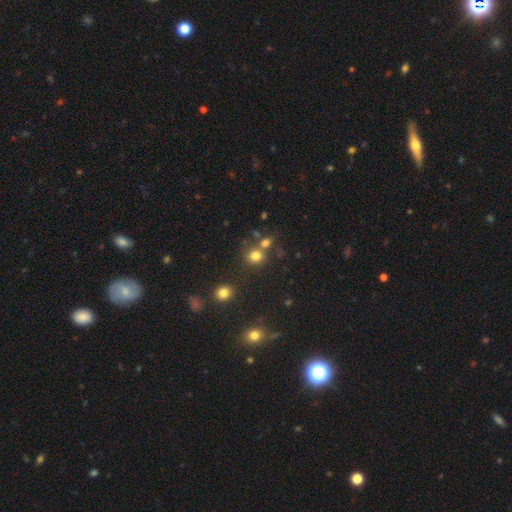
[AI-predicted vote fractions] Smooth or featured: smooth — 76% (star or artifact — 16%)
How rounded: round — 83% (in between — 16%)
Merging: none — 61% (merger — 26%)